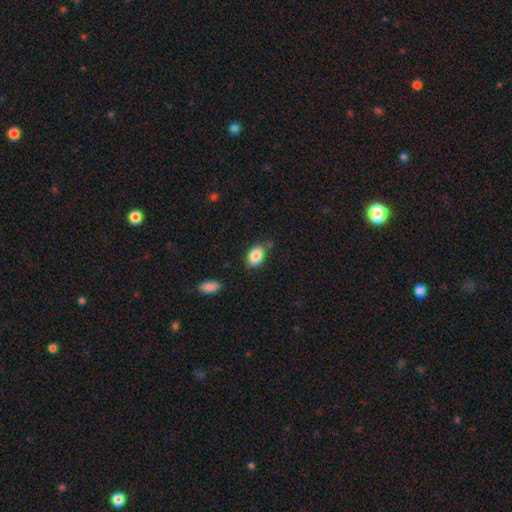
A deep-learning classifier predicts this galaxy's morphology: Smooth or featured? Predicted: smooth (p=0.87). How rounded? Predicted: in between (p=0.85). Merging? Predicted: none (p=0.76).